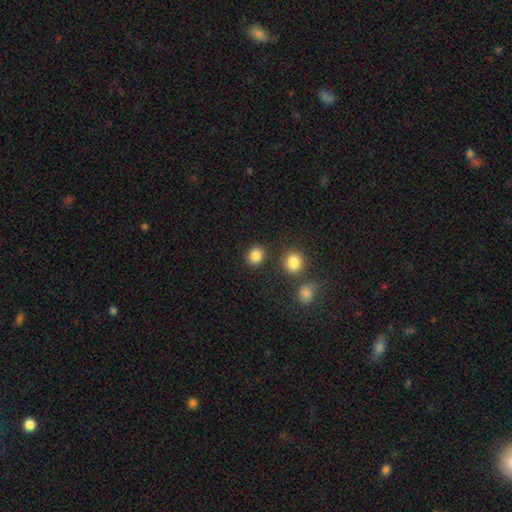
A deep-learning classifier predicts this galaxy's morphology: This is clearly a smooth galaxy (85%). How rounded: likely round (69%). Merging: clearly none (84%).